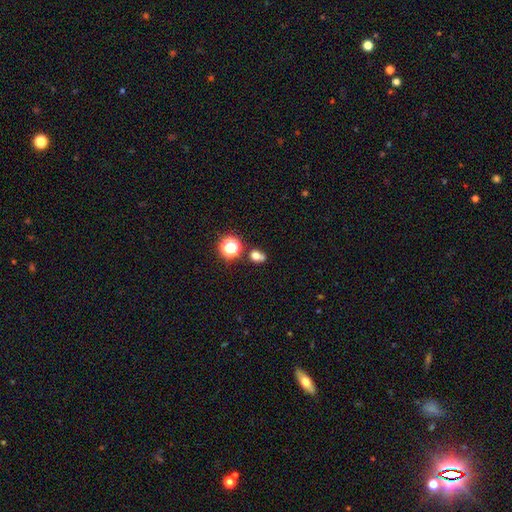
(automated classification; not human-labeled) Smooth or featured? smooth (65%)
How rounded? round (64%)
Merging? none (51%)